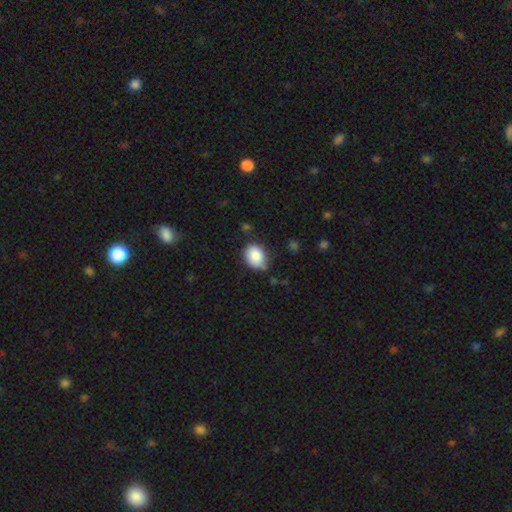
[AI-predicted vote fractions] Smooth or featured? smooth (87%)
How rounded? in between (60%)
Merging? none (68%)